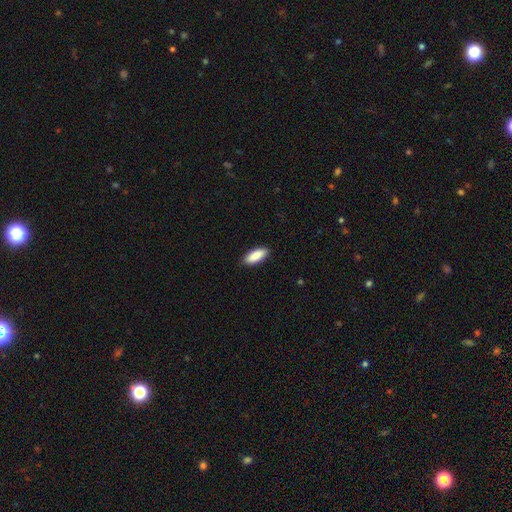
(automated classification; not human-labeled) Morphology: type=smooth (89%); roundness=in between (74%); merging=none (89%).